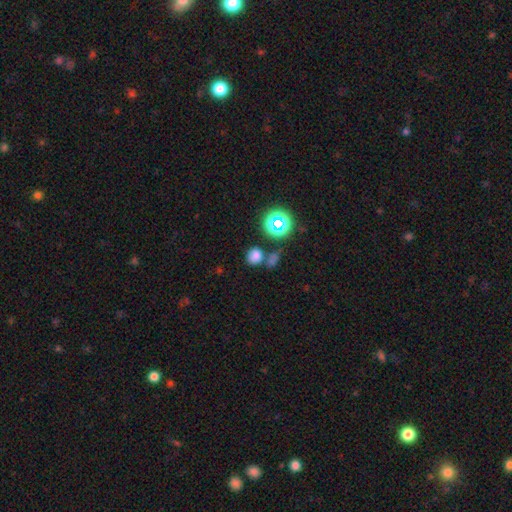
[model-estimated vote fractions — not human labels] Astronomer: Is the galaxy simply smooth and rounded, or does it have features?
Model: smooth — 71%.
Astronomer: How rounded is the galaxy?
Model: round — 72%.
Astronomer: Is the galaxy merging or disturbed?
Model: none — 65%.